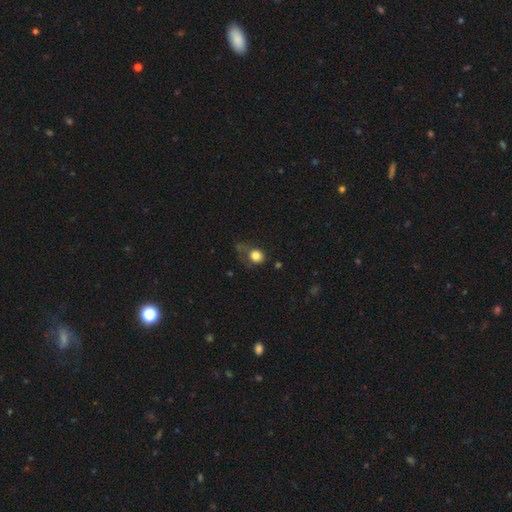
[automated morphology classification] A smooth galaxy with no disk features (81%) that is round (70%).

Vote fractions:
- Smooth or featured? smooth: 81% / star or artifact: 10% / featured or disk: 9%
- How rounded? round: 70% / in between: 29% / cigar-shaped: 1%
- Merging? none: 47% / minor disturbance: 24% / major disturbance: 23% / merger: 6%